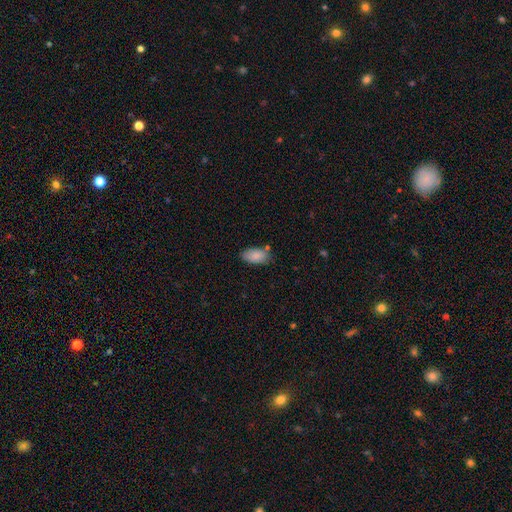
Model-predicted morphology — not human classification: Q: Smooth or featured?
A: smooth (87%); runner-up: star or artifact (7%)
Q: How rounded?
A: in between (94%); runner-up: cigar-shaped (3%)
Q: Merging?
A: none (72%); runner-up: minor disturbance (18%)